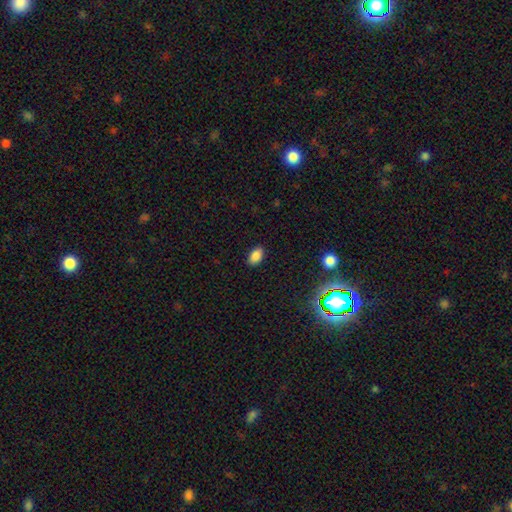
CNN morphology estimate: Smooth or featured?
  - smooth: 85% *
  - star or artifact: 11%
  - featured or disk: 4%
How rounded?
  - in between: 90% *
  - round: 8%
  - cigar-shaped: 2%
Merging?
  - none: 86% *
  - minor disturbance: 10%
  - major disturbance: 2%
  - merger: 1%